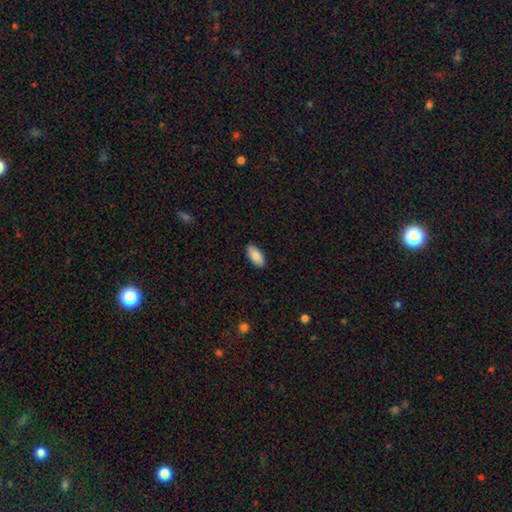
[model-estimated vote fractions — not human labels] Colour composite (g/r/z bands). It shows a smooth galaxy with no disk features (87%) that is in between round and cigar-shaped (93%). Merging: none (89%).